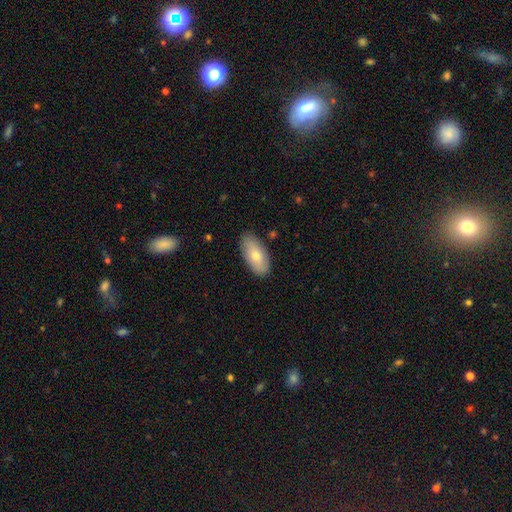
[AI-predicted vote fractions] Smooth or featured? Predicted: smooth (p=0.69). How rounded? Predicted: in between (p=0.90). Merging? Predicted: none (p=0.85).